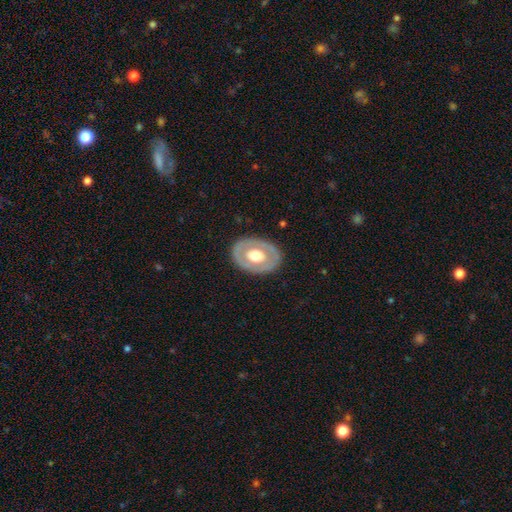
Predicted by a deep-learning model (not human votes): A featured or disk galaxy (53%).

Vote fractions:
- Smooth or featured? featured or disk: 53% / smooth: 42% / star or artifact: 5%
- Edge-on disk? no: 91% / yes: 9%
- Merging? none: 83% / minor disturbance: 12% / major disturbance: 4% / merger: 1%